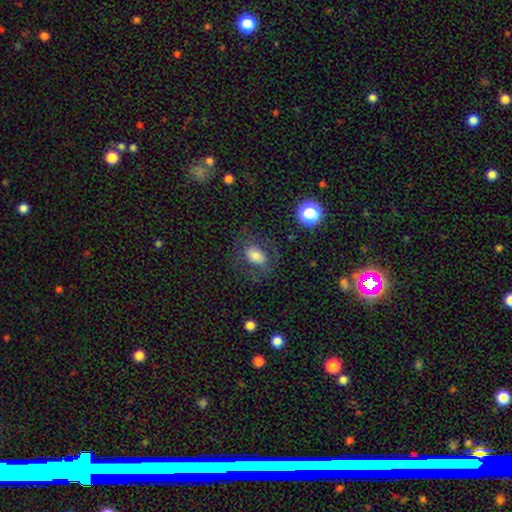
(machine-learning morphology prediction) A smooth galaxy with no disk features (70%) that is in between round and cigar-shaped (79%). Merging: none (68%).